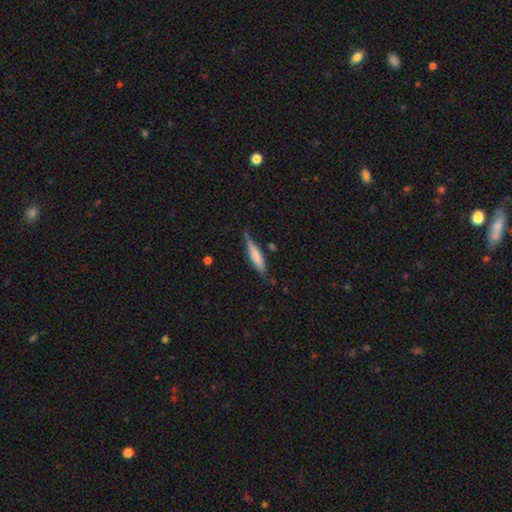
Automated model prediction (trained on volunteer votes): Smooth or featured: smooth — 59% (featured or disk — 35%)
How rounded: cigar-shaped — 83% (in between — 16%)
Merging: none — 74% (minor disturbance — 20%)